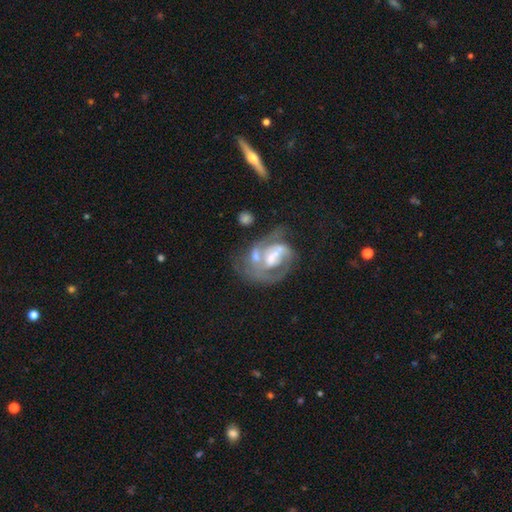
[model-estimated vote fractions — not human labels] The model was most divided on "bar": no: 48%, weak: 35%, strong: 17%. Remaining: edge-on disk — no (97%); smooth or featured — featured or disk (73%); spiral arms — yes (67%); bulge size — moderate (43%); merging — merger (43%).